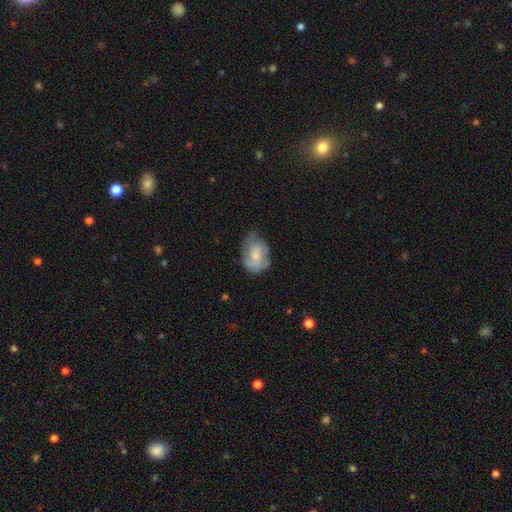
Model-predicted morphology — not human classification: featured or disk 47%, smooth 46%, star or artifact 7%. Down the decision tree: merging — none (55%).